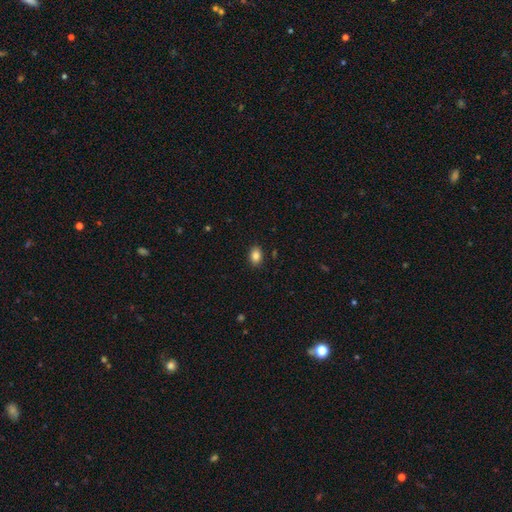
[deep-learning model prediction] Smooth or featured? Predicted: smooth (p=0.86). How rounded? Predicted: in between (p=0.80). Merging? Predicted: none (p=0.88).